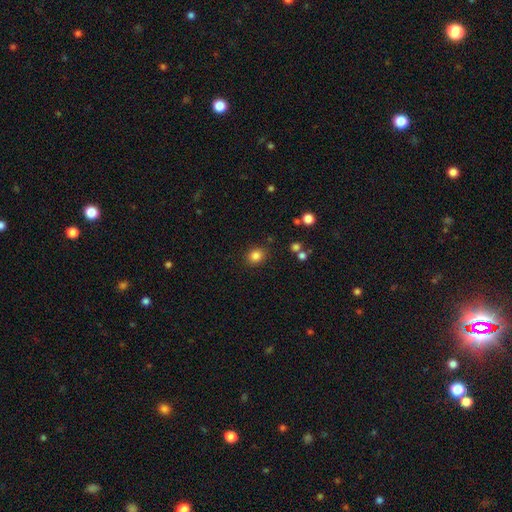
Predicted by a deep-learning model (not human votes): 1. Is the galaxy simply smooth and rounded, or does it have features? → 84% smooth, 11% star or artifact, 5% featured or disk.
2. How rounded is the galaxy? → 73% round, 26% in between, 1% cigar-shaped.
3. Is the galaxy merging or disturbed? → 87% none, 8% minor disturbance, 3% major disturbance, 2% merger.